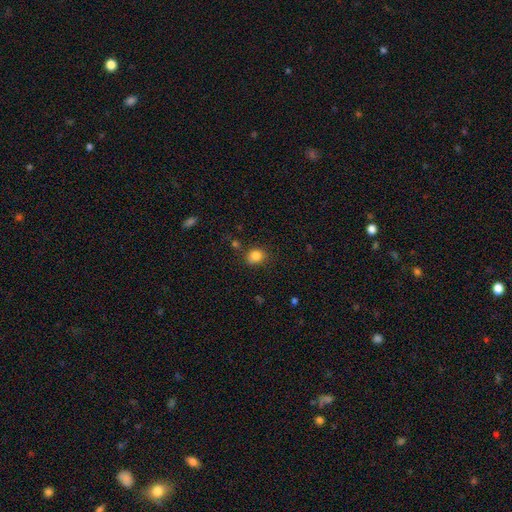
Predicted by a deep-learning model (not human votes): smooth-or-featured: smooth: 83% | star or artifact: 11% | featured or disk: 6%
  how-rounded: round: 68% | in between: 31% | cigar-shaped: 1%
  merging: none: 70% | minor disturbance: 18% | merger: 7% | major disturbance: 5%